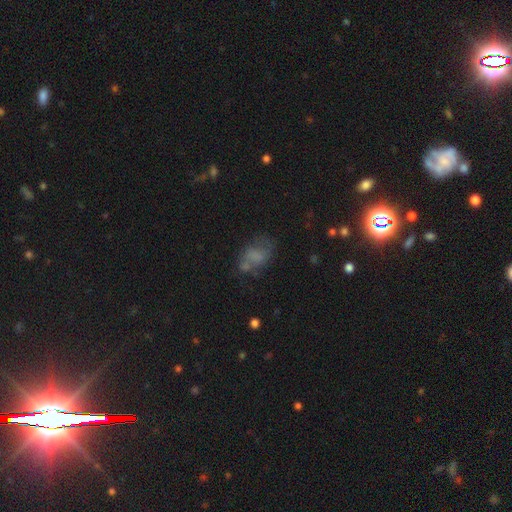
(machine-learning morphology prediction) Q: Smooth or featured?
A: smooth (51%); runner-up: featured or disk (36%)
Q: How rounded?
A: in between (79%); runner-up: round (19%)
Q: Merging?
A: none (41%); runner-up: minor disturbance (25%)